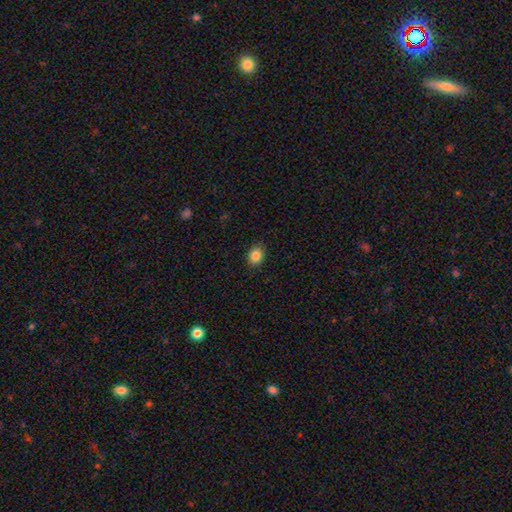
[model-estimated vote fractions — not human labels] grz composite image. It shows a smooth galaxy with no disk features (86%) that is in between round and cigar-shaped (59%). Merging: none (88%).